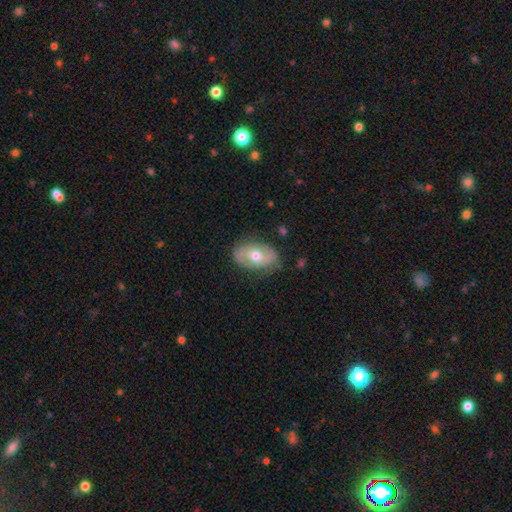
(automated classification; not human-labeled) The model was most divided on "smooth or featured": featured or disk: 51%, smooth: 43%, star or artifact: 6%. More confident: edge-on disk — no (92%); merging — none (79%).